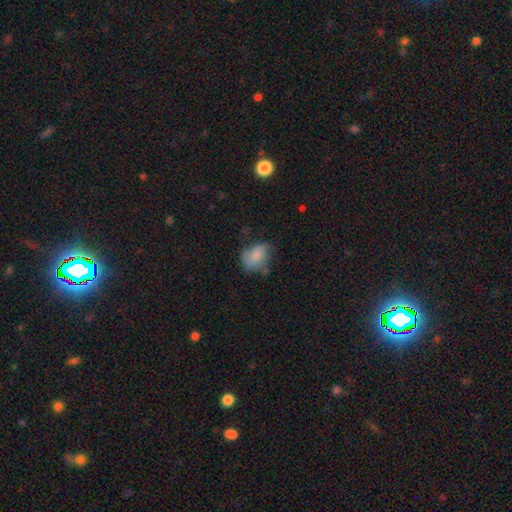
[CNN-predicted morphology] type=smooth (72%); roundness=in between (71%); merging=none (36%).